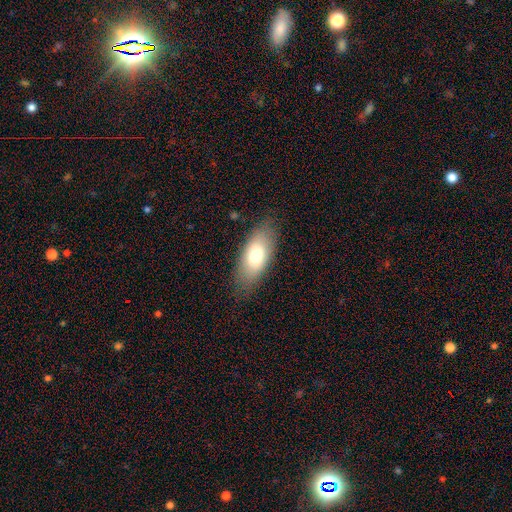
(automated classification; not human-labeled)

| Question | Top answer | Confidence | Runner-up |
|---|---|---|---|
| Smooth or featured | smooth | 74% | featured or disk (19%) |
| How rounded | in between | 84% | cigar-shaped (13%) |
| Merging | none | 81% | minor disturbance (14%) |